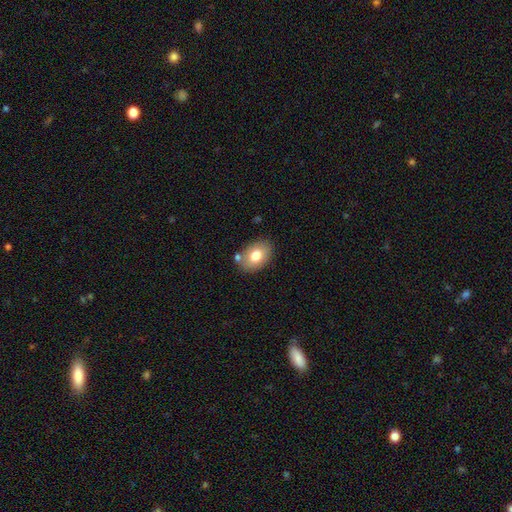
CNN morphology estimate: Smooth or featured? Predicted: smooth (p=0.77). How rounded? Predicted: in between (p=0.83). Merging? Predicted: none (p=0.77).